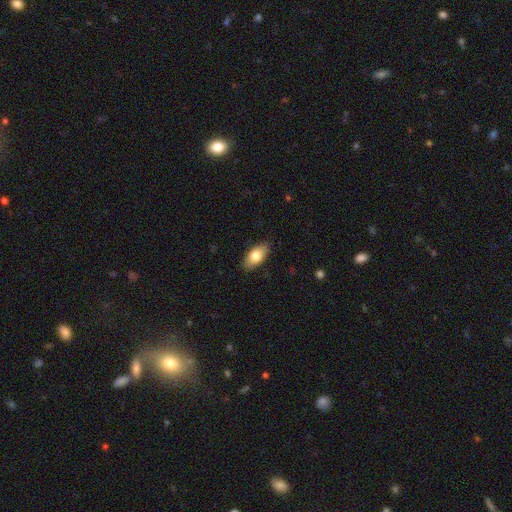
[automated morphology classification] smooth 78%, featured or disk 15%, star or artifact 6%. Down the decision tree: how rounded — in between (90%); merging — none (87%).